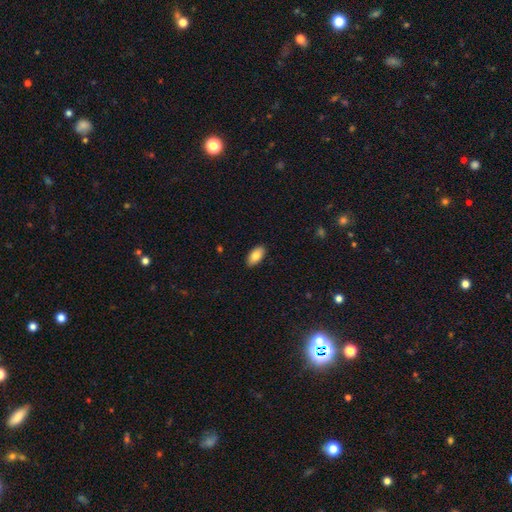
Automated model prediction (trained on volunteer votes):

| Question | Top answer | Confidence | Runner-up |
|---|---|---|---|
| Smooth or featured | smooth | 83% | featured or disk (11%) |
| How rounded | in between | 93% | cigar-shaped (5%) |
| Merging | none | 89% | minor disturbance (8%) |